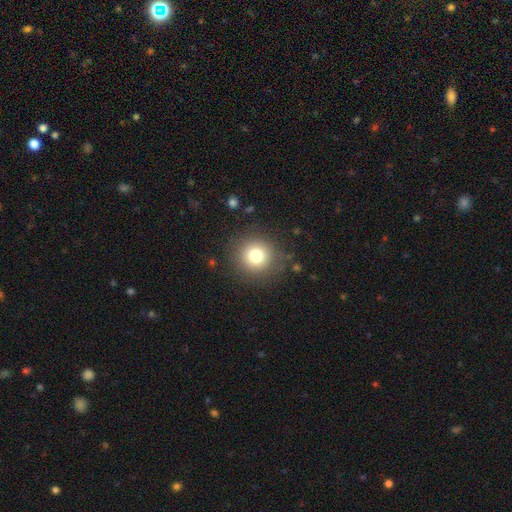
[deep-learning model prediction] Smooth or featured? Predicted: smooth (p=0.77). How rounded? Predicted: round (p=0.94). Merging? Predicted: none (p=0.88).